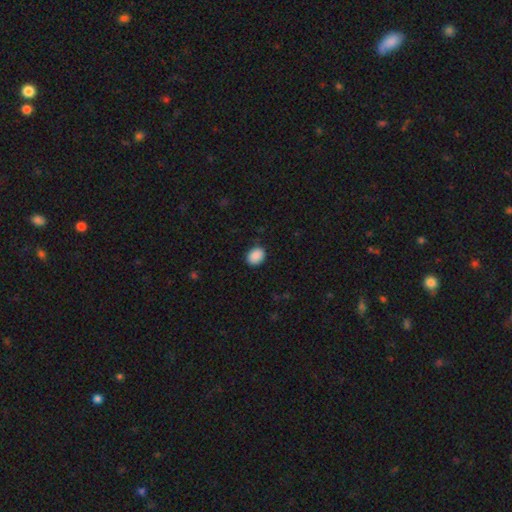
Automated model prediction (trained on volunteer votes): smooth_or_featured: smooth (p=0.90) [alt: star or artifact p=0.08]
how_rounded: in between (p=0.61) [alt: round p=0.38]
merging: none (p=0.88) [alt: minor disturbance p=0.09]